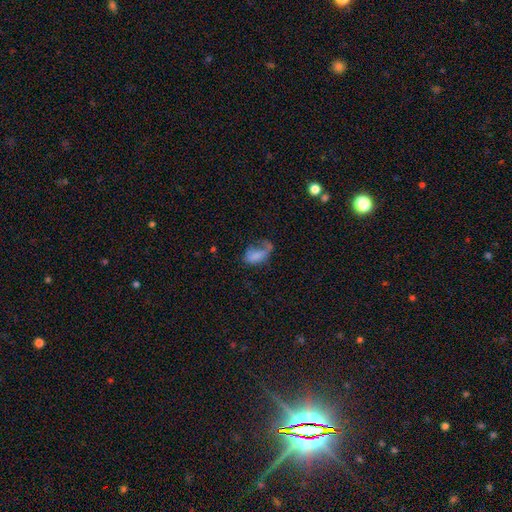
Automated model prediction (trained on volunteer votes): Smooth or featured? smooth (60%)
How rounded? in between (89%)
Merging? major disturbance (50%)